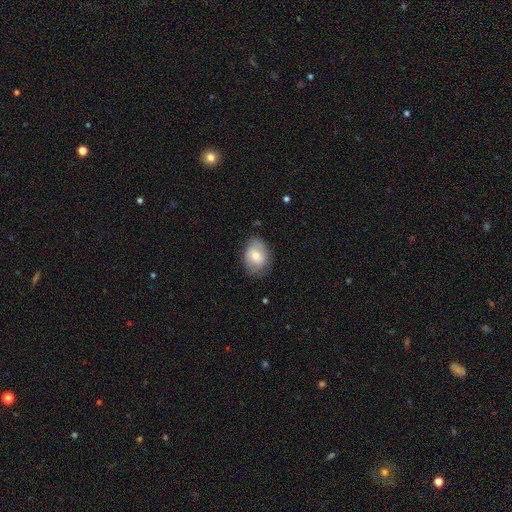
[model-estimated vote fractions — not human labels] Morphology: type=smooth (68%); roundness=in between (69%); merging=none (76%).